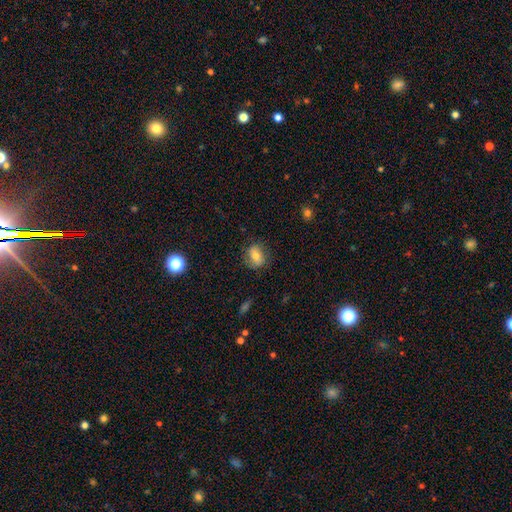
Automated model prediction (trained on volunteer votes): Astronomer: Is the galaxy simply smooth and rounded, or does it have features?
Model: smooth — 63%.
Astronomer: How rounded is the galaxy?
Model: in between — 65%.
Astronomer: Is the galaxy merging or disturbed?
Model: none — 75%.